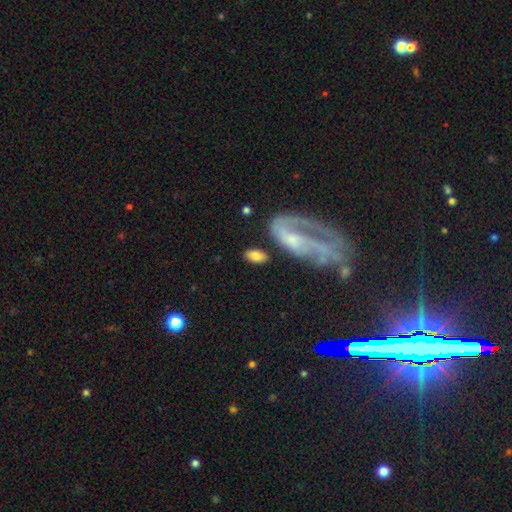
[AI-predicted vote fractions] A smooth galaxy with no disk features (76%) that is in between round and cigar-shaped (92%). Merging: none (72%).